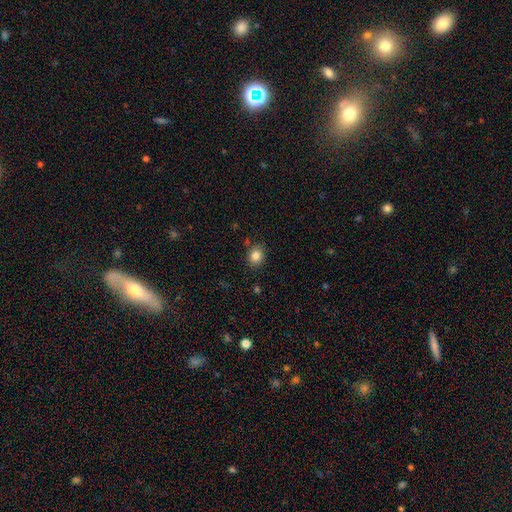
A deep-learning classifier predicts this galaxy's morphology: This appears to be a smooth galaxy with no disk features (85%) that is round (62%). Merging: none (84%).